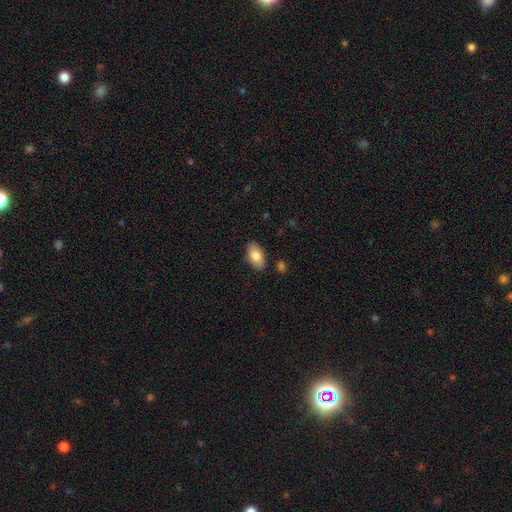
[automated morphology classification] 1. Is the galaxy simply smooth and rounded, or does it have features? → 83% smooth, 10% featured or disk, 7% star or artifact.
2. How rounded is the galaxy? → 93% in between, 5% round, 2% cigar-shaped.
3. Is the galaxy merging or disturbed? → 84% none, 11% minor disturbance, 2% major disturbance, 2% merger.